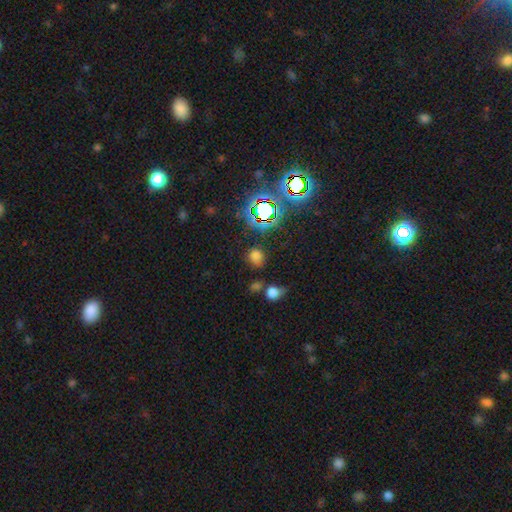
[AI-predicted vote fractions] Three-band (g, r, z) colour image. It shows a smooth galaxy with no disk features (67%) that is round (76%). Merging: none (77%).